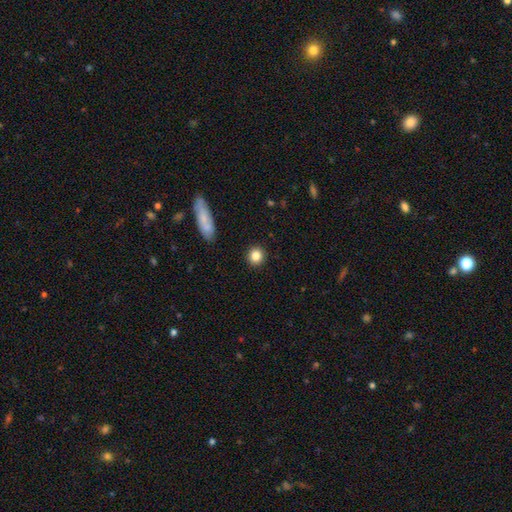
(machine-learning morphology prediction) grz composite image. It shows a smooth galaxy with no disk features (85%) that is round (88%). Merging: none (91%).